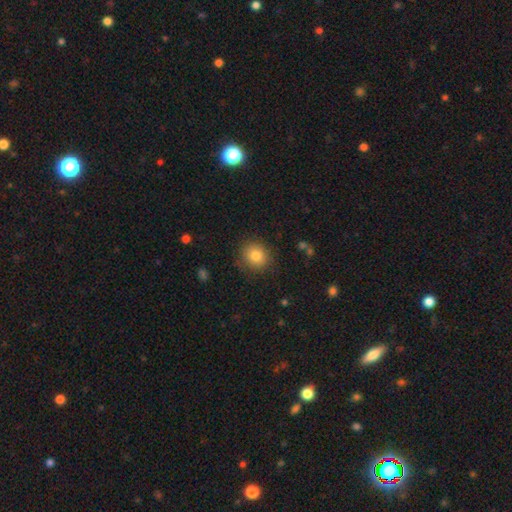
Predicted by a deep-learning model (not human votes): A smooth galaxy with no disk features (82%) that is round (84%).

Vote fractions:
- Smooth or featured? smooth: 82% / star or artifact: 10% / featured or disk: 8%
- How rounded? round: 84% / in between: 15% / cigar-shaped: 1%
- Merging? none: 85% / minor disturbance: 10% / major disturbance: 3% / merger: 1%